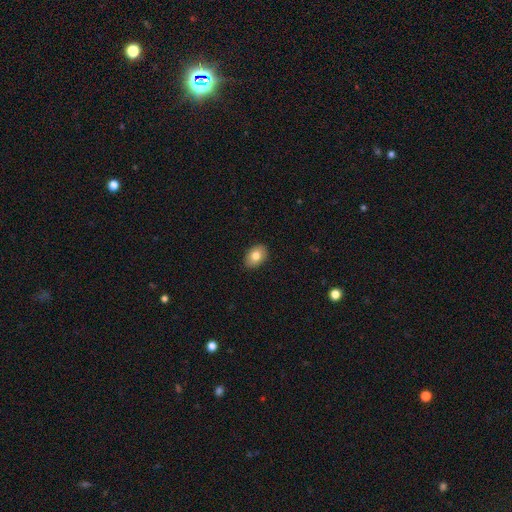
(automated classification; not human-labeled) Smooth or featured? Predicted: smooth (p=0.79). How rounded? Predicted: in between (p=0.80). Merging? Predicted: none (p=0.88).